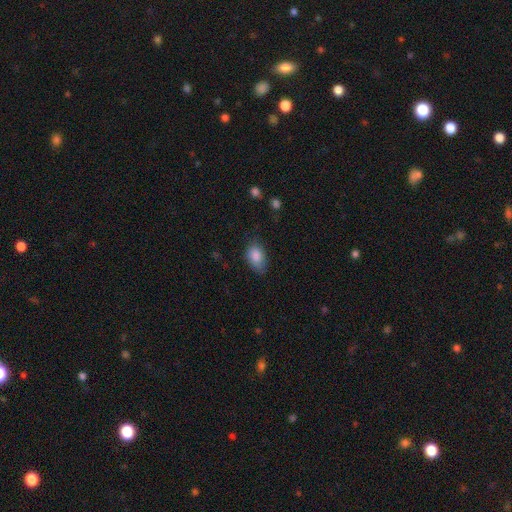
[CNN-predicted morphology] Smooth or featured: smooth — 86% (star or artifact — 8%)
How rounded: in between — 87% (round — 12%)
Merging: none — 67% (minor disturbance — 25%)